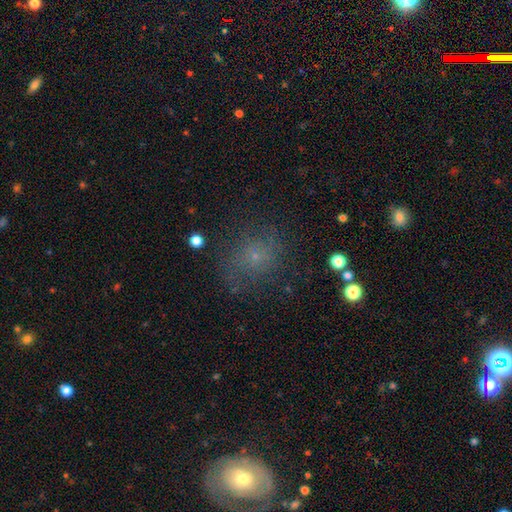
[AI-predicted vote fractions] Q: Smooth or featured?
A: smooth (54%); runner-up: star or artifact (25%)
Q: How rounded?
A: round (72%); runner-up: in between (27%)
Q: Merging?
A: none (70%); runner-up: minor disturbance (17%)